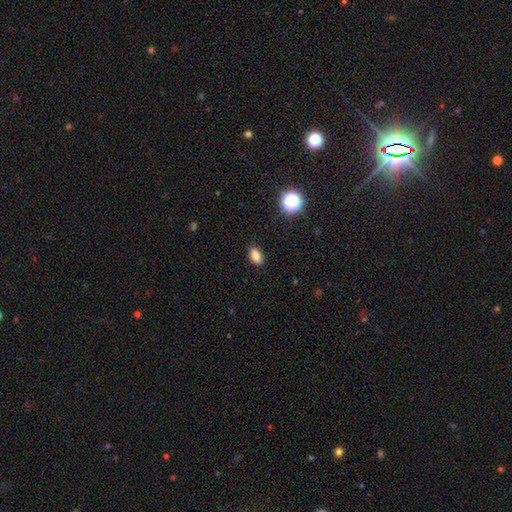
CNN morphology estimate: This appears to be a smooth galaxy with no disk features (82%) that is in between round and cigar-shaped (89%). Merging: none (88%).